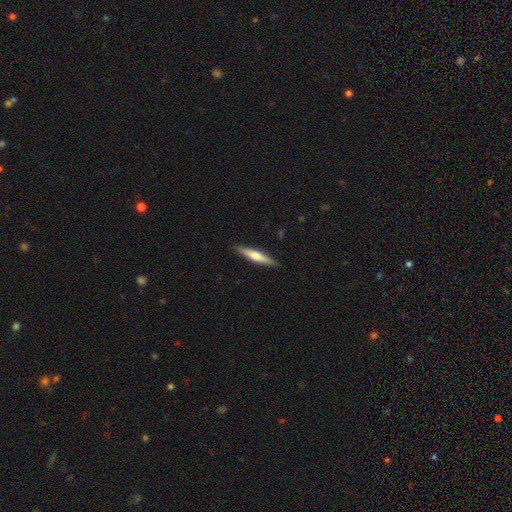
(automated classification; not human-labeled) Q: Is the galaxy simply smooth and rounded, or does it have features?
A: smooth — 50%.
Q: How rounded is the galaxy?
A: cigar-shaped — 87%.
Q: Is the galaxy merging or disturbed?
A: none — 90%.